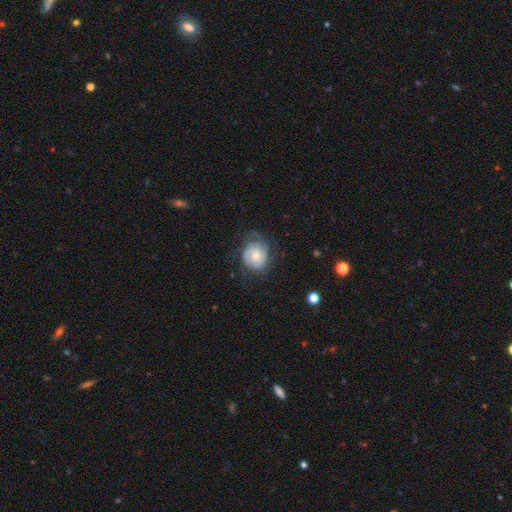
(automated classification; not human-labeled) Smooth or featured? Predicted: featured or disk (p=0.64). Edge-on disk? Predicted: no (p=0.97). Bar? Predicted: no (p=0.75). Spiral arms? Predicted: yes (p=0.86). Spiral winding? Predicted: tight (p=0.56). Spiral arm count? Predicted: 2 (p=0.40). Bulge size? Predicted: moderate (p=0.59). Merging? Predicted: none (p=0.55).